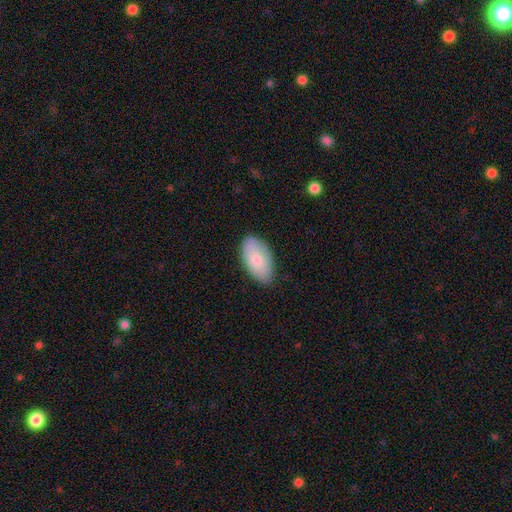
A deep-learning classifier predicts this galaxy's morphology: The model was most divided on "smooth or featured": smooth: 79%, featured or disk: 14%, star or artifact: 7%. More confident: how rounded — in between (95%); merging — none (84%).